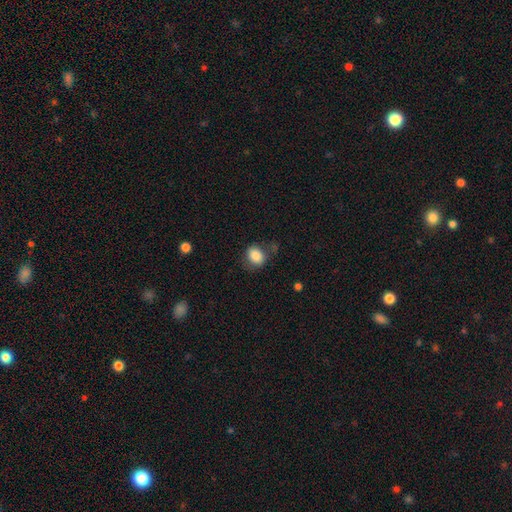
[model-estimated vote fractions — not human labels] Q: Smooth or featured?
A: smooth (84%); runner-up: star or artifact (9%)
Q: How rounded?
A: round (51%); runner-up: in between (48%)
Q: Merging?
A: none (70%); runner-up: minor disturbance (19%)